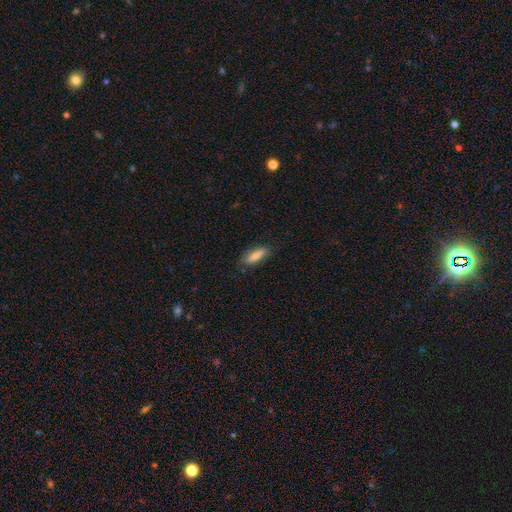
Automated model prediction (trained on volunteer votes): A smooth galaxy with no disk features (73%) that is cigar-shaped (50%).

Vote fractions:
- Smooth or featured? smooth: 73% / featured or disk: 20% / star or artifact: 7%
- How rounded? cigar-shaped: 50% / in between: 47% / round: 2%
- Merging? none: 79% / minor disturbance: 17% / major disturbance: 3% / merger: 1%